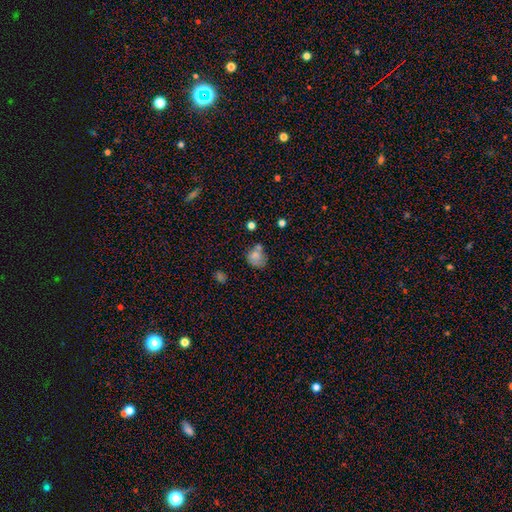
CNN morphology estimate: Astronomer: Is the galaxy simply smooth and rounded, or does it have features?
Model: smooth — 74%.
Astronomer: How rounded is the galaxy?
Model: round — 64%.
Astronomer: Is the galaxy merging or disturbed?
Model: none — 46% (runner-up: minor disturbance, 24%).